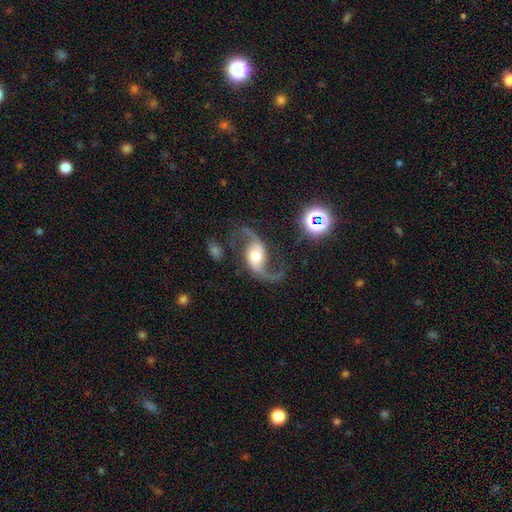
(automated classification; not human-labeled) A featured or disk galaxy (90%) with no bar (46%), 2 (94%) loose (79%) spiral arms (98%) and a moderate central bulge (62%). Merging: none (74%).